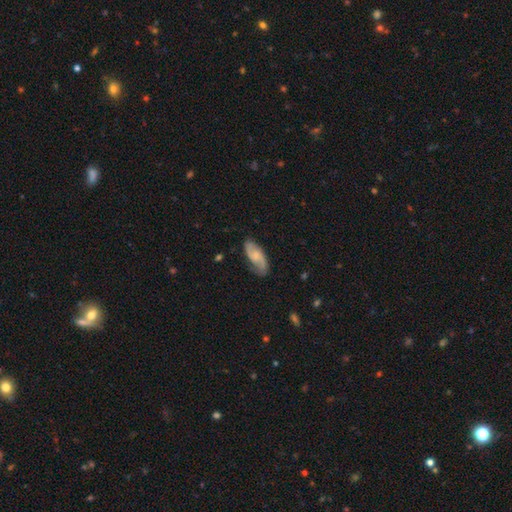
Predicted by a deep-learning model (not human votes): Smooth or featured: featured or disk — 64% (smooth — 29%)
Edge-on disk: no — 94% (yes — 6%)
Bar: no — 56% (weak — 38%)
Spiral arms: yes — 93% (no — 7%)
Spiral winding: medium — 44% (loose — 34%)
Spiral arm count: 2 — 85% (can't tell — 8%)
Bulge size: small — 46% (moderate — 27%)
Merging: none — 74% (minor disturbance — 19%)